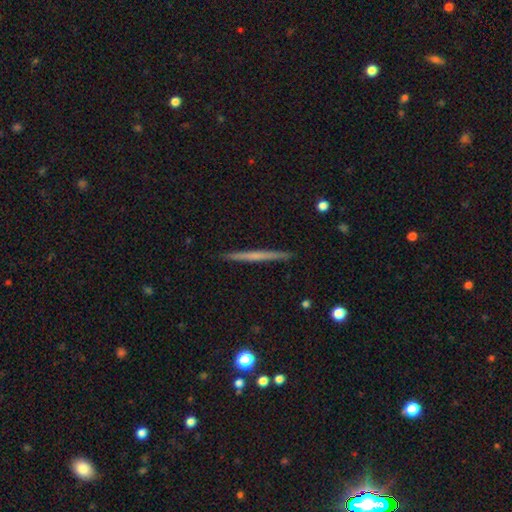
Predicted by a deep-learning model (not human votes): featured or disk 51%, smooth 43%, star or artifact 6%. Down the decision tree: edge-on disk — yes (98%); merging — none (93%).